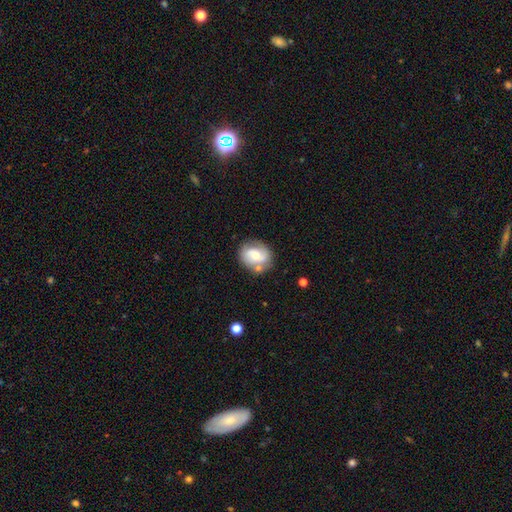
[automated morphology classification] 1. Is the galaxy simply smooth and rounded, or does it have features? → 51% featured or disk, 41% smooth, 7% star or artifact.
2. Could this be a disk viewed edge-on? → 96% no, 4% yes.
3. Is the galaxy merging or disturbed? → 67% none, 18% minor disturbance, 10% merger, 5% major disturbance.